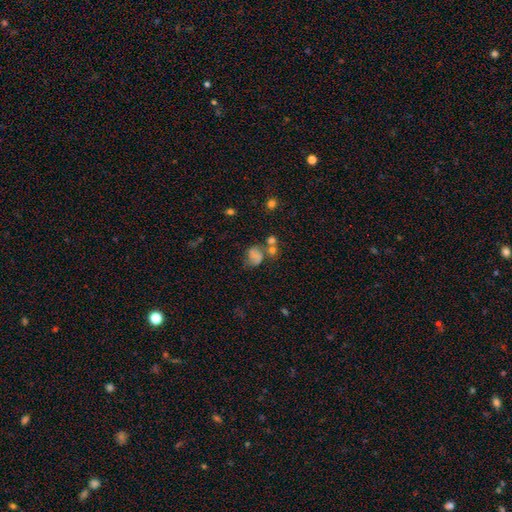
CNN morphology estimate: This is likely a smooth galaxy (61%). How rounded: possibly in between (50%). Merging: marginally none (35%).